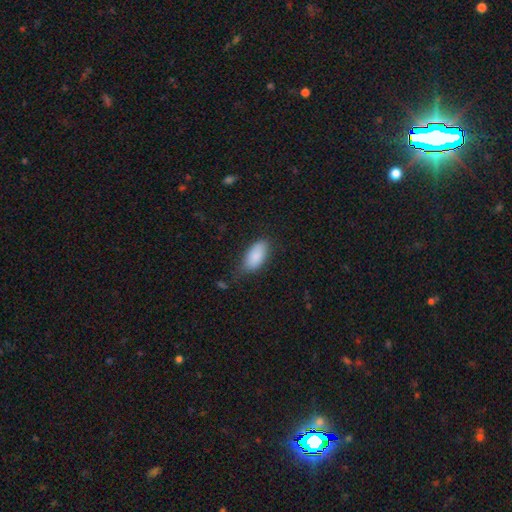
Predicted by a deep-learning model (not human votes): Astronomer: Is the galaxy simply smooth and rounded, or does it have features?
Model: smooth — 87%.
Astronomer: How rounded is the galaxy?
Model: in between — 92%.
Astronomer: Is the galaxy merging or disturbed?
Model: none — 68%.